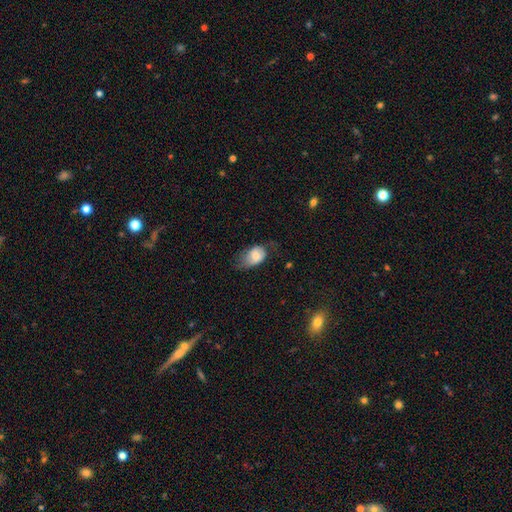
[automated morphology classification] A smooth galaxy with no disk features (72%) that is in between round and cigar-shaped (85%).

Vote fractions:
- Smooth or featured? smooth: 72% / featured or disk: 20% / star or artifact: 8%
- How rounded? in between: 85% / round: 14% / cigar-shaped: 2%
- Merging? minor disturbance: 38% / none: 37% / major disturbance: 24% / merger: 2%